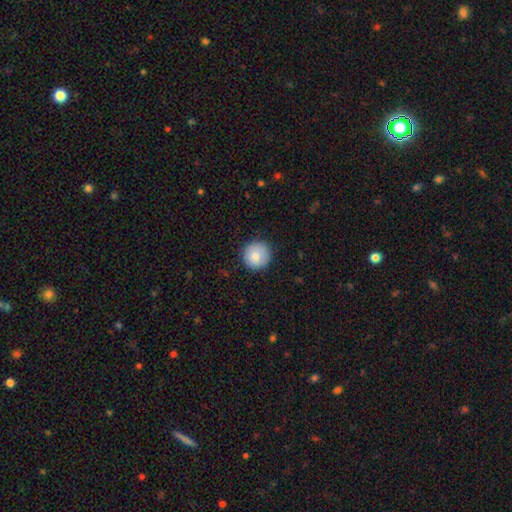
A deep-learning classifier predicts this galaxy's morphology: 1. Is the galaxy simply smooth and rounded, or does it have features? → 86% smooth, 7% star or artifact, 7% featured or disk.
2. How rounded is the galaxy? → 94% round, 5% in between, 1% cigar-shaped.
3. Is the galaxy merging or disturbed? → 88% none, 9% minor disturbance, 2% major disturbance, 1% merger.